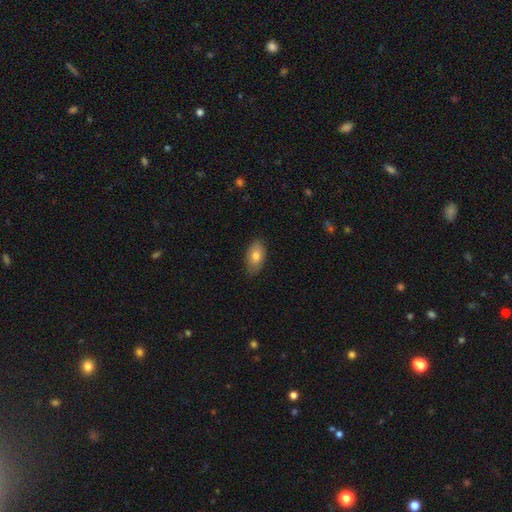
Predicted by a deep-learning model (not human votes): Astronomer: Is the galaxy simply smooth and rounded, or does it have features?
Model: smooth — 78%.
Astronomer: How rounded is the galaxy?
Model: in between — 93%.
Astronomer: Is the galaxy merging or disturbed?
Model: none — 83%.